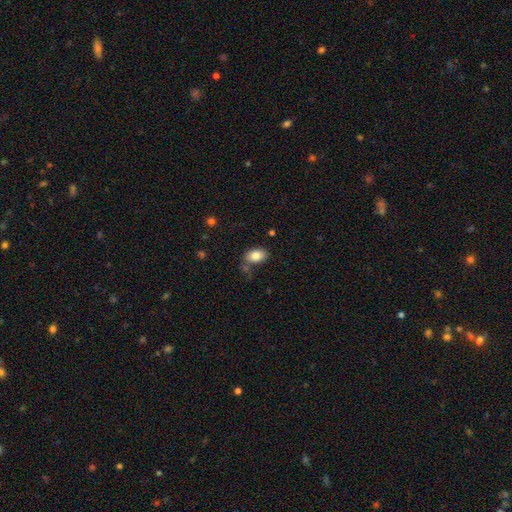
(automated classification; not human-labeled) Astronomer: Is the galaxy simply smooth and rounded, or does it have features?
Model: smooth — 84%.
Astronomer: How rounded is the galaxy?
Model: in between — 89%.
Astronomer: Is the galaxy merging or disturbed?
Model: none — 71%.